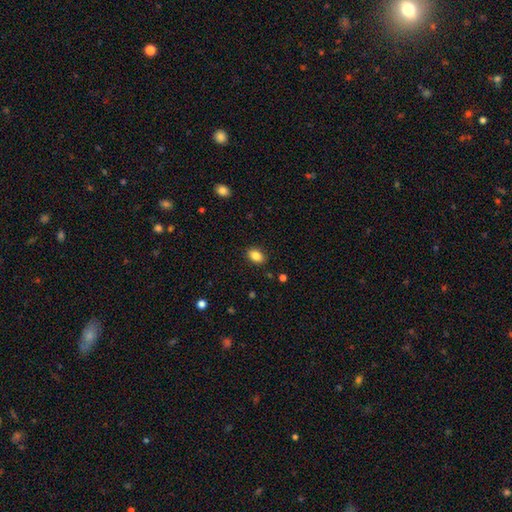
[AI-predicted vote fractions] Q: Smooth or featured?
A: smooth (86%); runner-up: star or artifact (9%)
Q: How rounded?
A: in between (83%); runner-up: round (16%)
Q: Merging?
A: none (88%); runner-up: minor disturbance (8%)